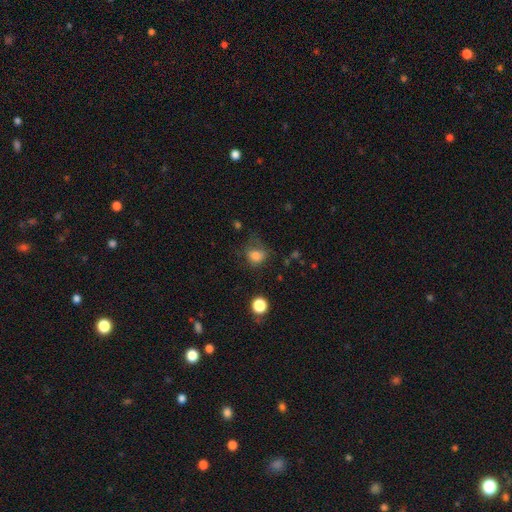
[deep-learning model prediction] smooth-or-featured: smooth: 78% | star or artifact: 12% | featured or disk: 10%
  how-rounded: round: 61% | in between: 38% | cigar-shaped: 1%
  merging: none: 48% | minor disturbance: 27% | major disturbance: 23% | merger: 3%